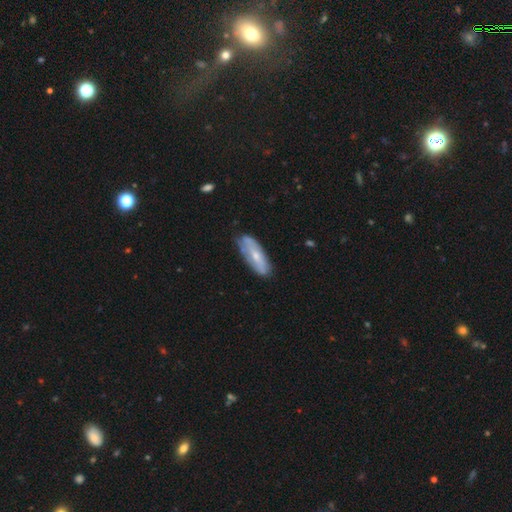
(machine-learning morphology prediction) Smooth or featured? smooth (47%)
Merging? none (67%)